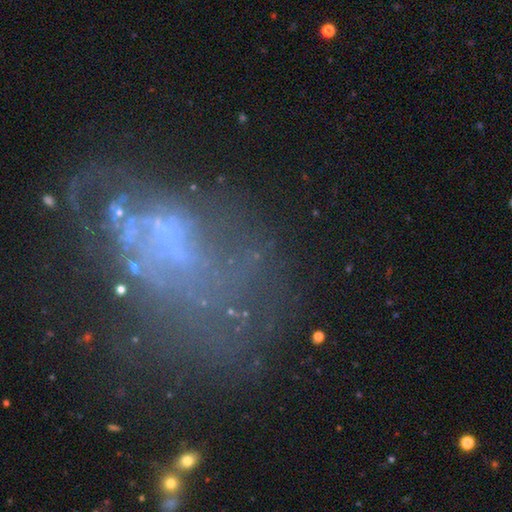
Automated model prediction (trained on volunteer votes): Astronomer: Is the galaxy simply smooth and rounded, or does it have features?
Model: featured or disk — 51% (runner-up: star or artifact, 29%).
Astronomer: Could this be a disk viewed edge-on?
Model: no — 95%.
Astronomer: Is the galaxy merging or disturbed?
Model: none — 42% (runner-up: major disturbance, 34%).